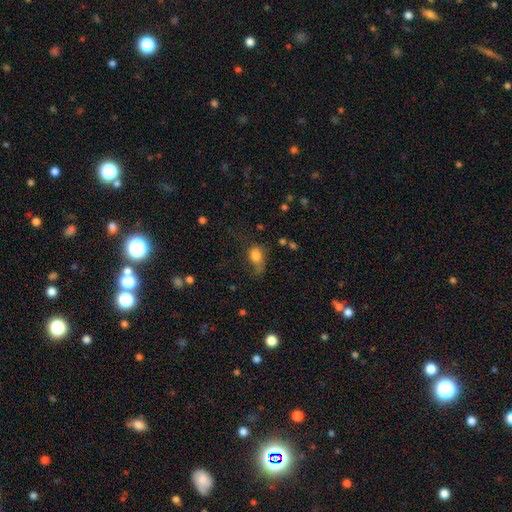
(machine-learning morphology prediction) smooth 76%, featured or disk 13%, star or artifact 10%. Down the decision tree: how rounded — in between (61%); merging — major disturbance (35%).